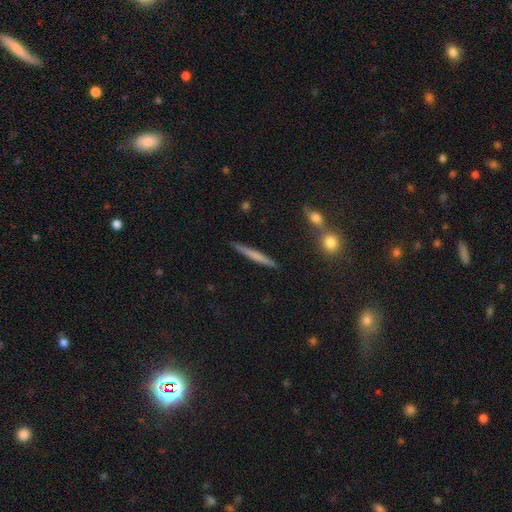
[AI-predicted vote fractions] smooth-or-featured: smooth: 58% | featured or disk: 36% | star or artifact: 6%
  how-rounded: cigar-shaped: 95% | in between: 3% | round: 2%
  merging: none: 88% | minor disturbance: 7% | merger: 3% | major disturbance: 2%